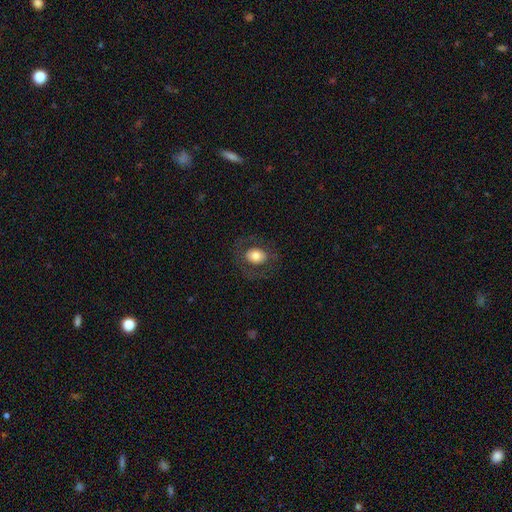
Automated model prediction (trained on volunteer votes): Q: Smooth or featured?
A: smooth (69%); runner-up: featured or disk (23%)
Q: How rounded?
A: in between (57%); runner-up: round (42%)
Q: Merging?
A: none (79%); runner-up: minor disturbance (12%)